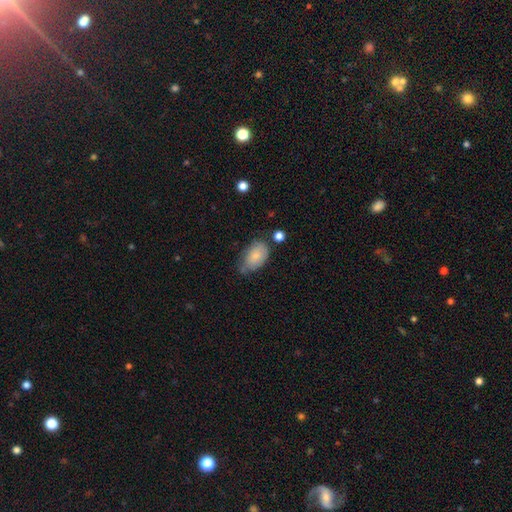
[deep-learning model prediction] This is likely a smooth galaxy (80%). How rounded: clearly in between (92%). Merging: possibly none (53%).